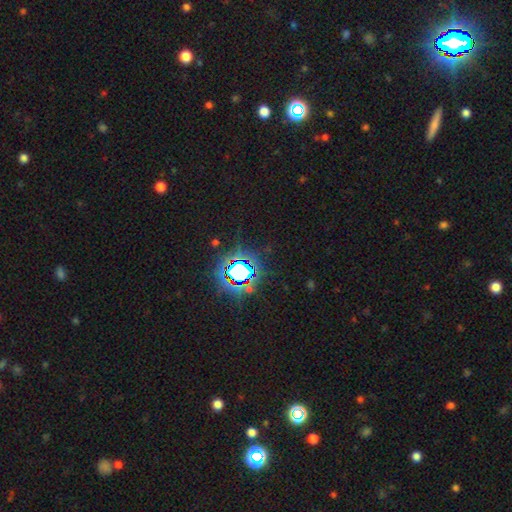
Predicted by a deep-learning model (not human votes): star or artifact 81%, smooth 12%, featured or disk 7%.